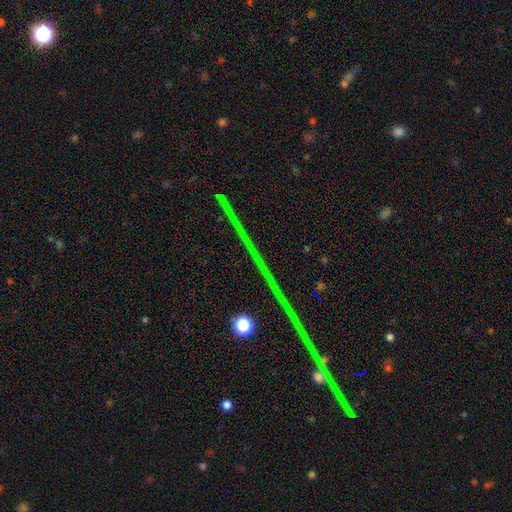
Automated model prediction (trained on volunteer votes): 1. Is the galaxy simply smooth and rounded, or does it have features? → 83% star or artifact, 10% featured or disk, 7% smooth.